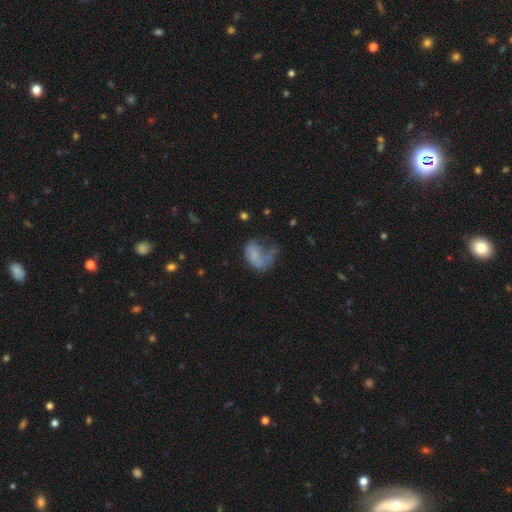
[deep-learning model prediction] Smooth or featured: smooth — 53% (featured or disk — 37%)
How rounded: in between — 82% (round — 16%)
Merging: major disturbance — 51% (none — 20%)